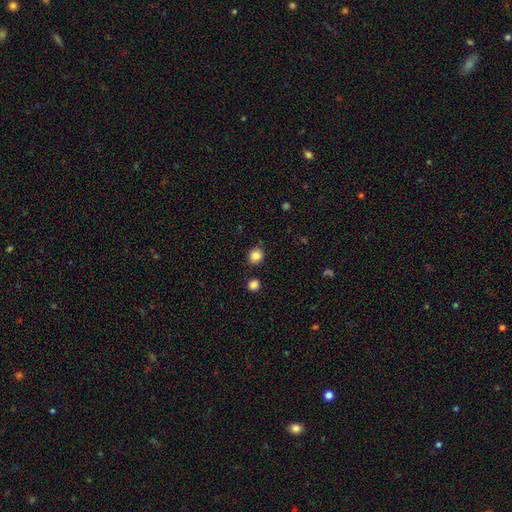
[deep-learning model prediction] Smooth or featured?
  - smooth: 85% *
  - star or artifact: 10%
  - featured or disk: 5%
How rounded?
  - round: 85% *
  - in between: 14%
  - cigar-shaped: 1%
Merging?
  - none: 85% *
  - minor disturbance: 9%
  - merger: 4%
  - major disturbance: 2%